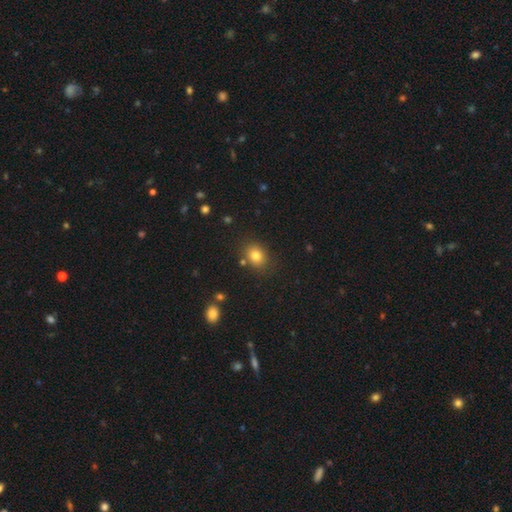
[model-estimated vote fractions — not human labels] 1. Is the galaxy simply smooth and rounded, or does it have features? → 80% smooth, 12% star or artifact, 8% featured or disk.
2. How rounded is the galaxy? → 53% round, 46% in between, 1% cigar-shaped.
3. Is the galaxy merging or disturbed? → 82% none, 11% minor disturbance, 4% merger, 3% major disturbance.